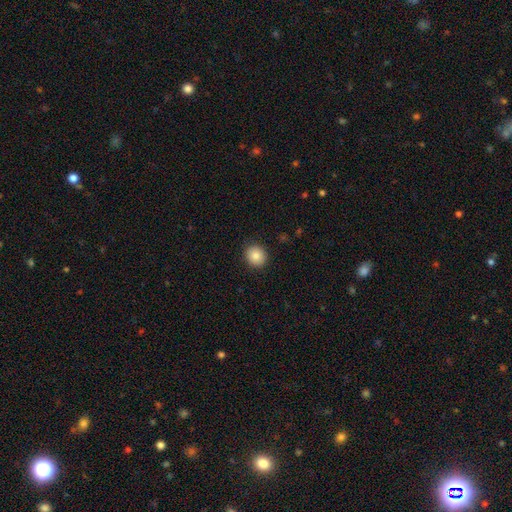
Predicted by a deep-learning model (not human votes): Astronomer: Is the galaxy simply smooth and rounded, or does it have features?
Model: smooth — 86%.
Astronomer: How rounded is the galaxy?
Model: round — 82%.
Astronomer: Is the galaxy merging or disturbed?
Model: none — 91%.